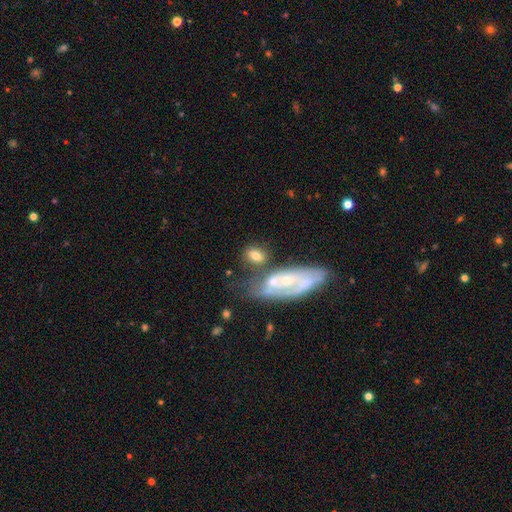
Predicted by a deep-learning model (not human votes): This is likely a smooth galaxy (64%). How rounded: likely in between (72%). Merging: possibly none (51%).